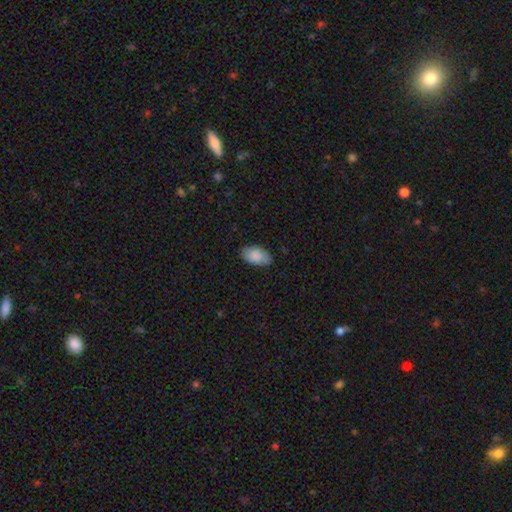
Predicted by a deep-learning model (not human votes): Q: Smooth or featured?
A: smooth (85%); runner-up: featured or disk (8%)
Q: How rounded?
A: in between (94%); runner-up: round (4%)
Q: Merging?
A: none (79%); runner-up: minor disturbance (17%)